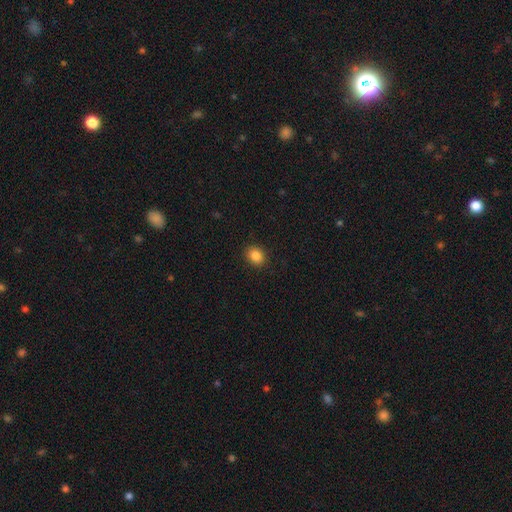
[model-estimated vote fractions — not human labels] Morphology: type=smooth (86%); roundness=round (55%); merging=none (90%).